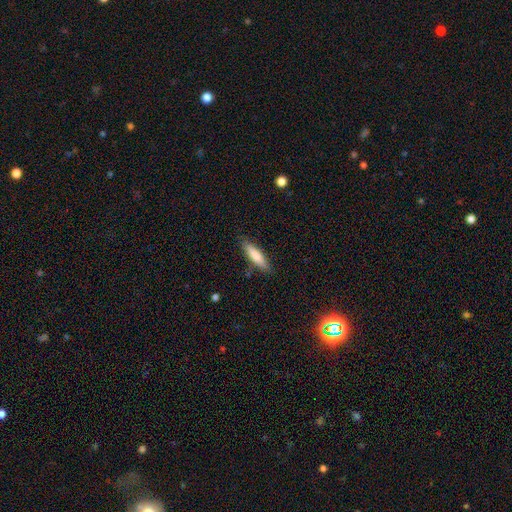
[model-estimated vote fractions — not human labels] A smooth galaxy with no disk features (79%) that is cigar-shaped (71%). Merging: none (83%).